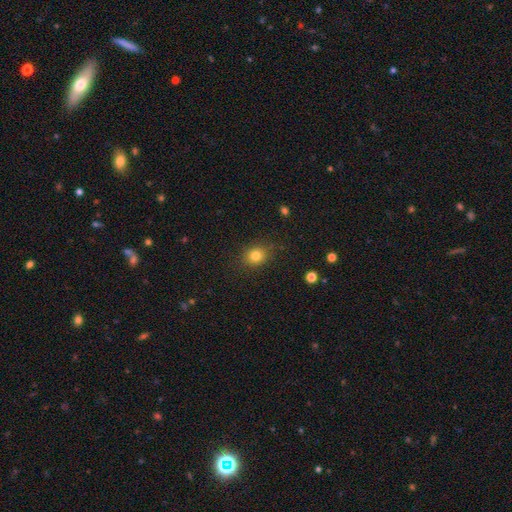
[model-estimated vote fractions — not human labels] smooth_or_featured: smooth (p=0.81) [alt: star or artifact p=0.12]
how_rounded: round (p=0.66) [alt: in between p=0.33]
merging: none (p=0.85) [alt: minor disturbance p=0.11]